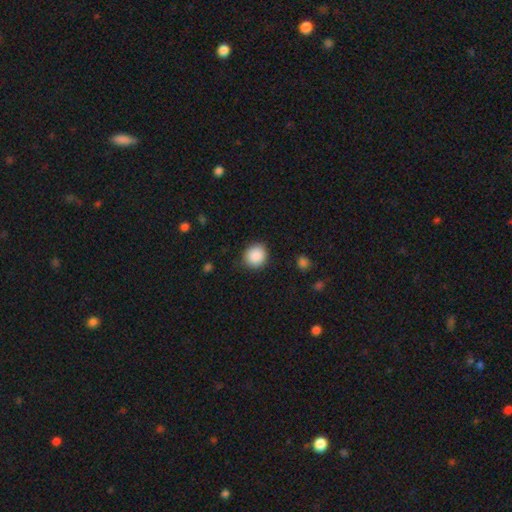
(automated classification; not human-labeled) Q: Smooth or featured?
A: smooth (89%); runner-up: star or artifact (8%)
Q: How rounded?
A: round (87%); runner-up: in between (12%)
Q: Merging?
A: none (87%); runner-up: minor disturbance (9%)